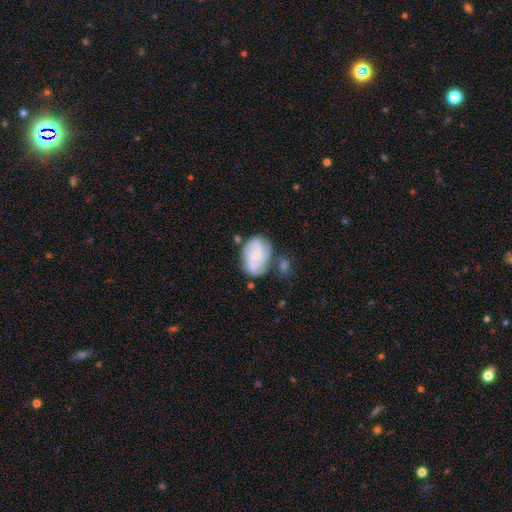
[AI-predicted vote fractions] Smooth or featured: featured or disk — 76% (smooth — 18%)
Edge-on disk: no — 98% (yes — 2%)
Bar: no — 64% (weak — 31%)
Spiral arms: yes — 92% (no — 8%)
Spiral winding: medium — 43% (tight — 41%)
Spiral arm count: 2 — 34% (3 — 32%)
Bulge size: small — 68% (moderate — 26%)
Merging: none — 55% (minor disturbance — 24%)